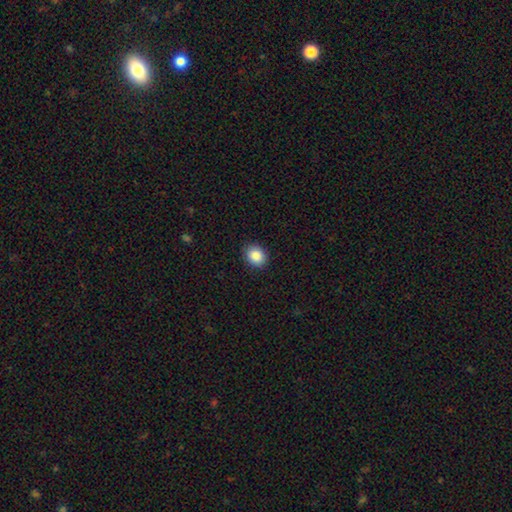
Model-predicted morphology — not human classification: smooth-or-featured: smooth: 87% | star or artifact: 8% | featured or disk: 5%
  how-rounded: round: 56% | in between: 43% | cigar-shaped: 1%
  merging: none: 90% | minor disturbance: 7% | major disturbance: 2% | merger: 1%